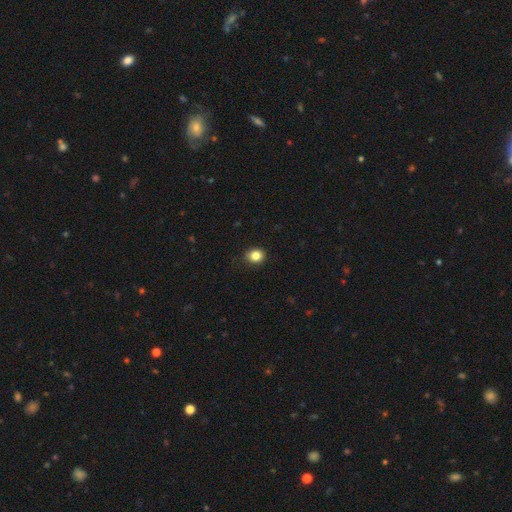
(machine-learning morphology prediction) The model was most divided on "how rounded": round: 70%, in between: 29%, cigar-shaped: 1%. More confident: merging — none (88%); smooth or featured — smooth (84%).